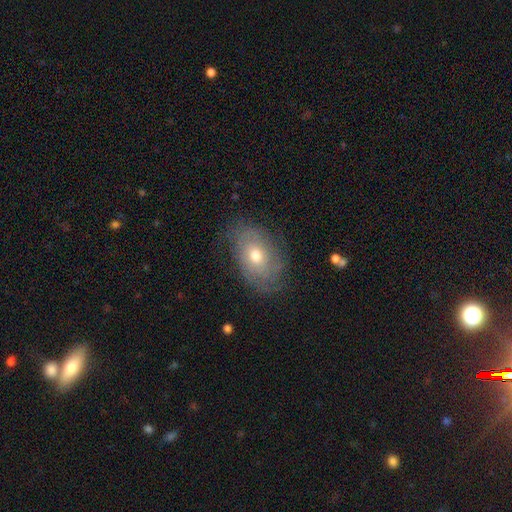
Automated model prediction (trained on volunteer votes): A featured or disk galaxy (50%). Merging: none (71%).